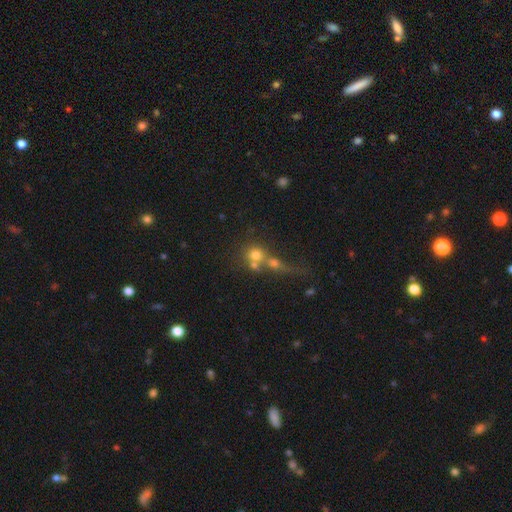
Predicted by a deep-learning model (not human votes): Smooth or featured?
  - smooth: 64% *
  - featured or disk: 21%
  - star or artifact: 16%
How rounded?
  - round: 83% *
  - in between: 15%
  - cigar-shaped: 2%
Merging?
  - merger: 53% *
  - none: 31%
  - major disturbance: 9%
  - minor disturbance: 8%